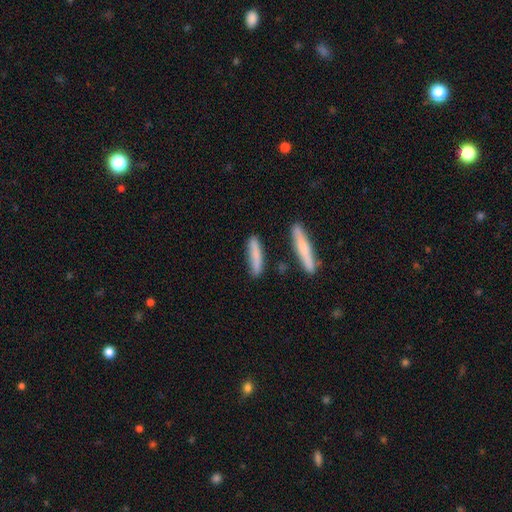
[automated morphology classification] smooth 72%, featured or disk 20%, star or artifact 7%. Down the decision tree: how rounded — cigar-shaped (86%); merging — none (82%).